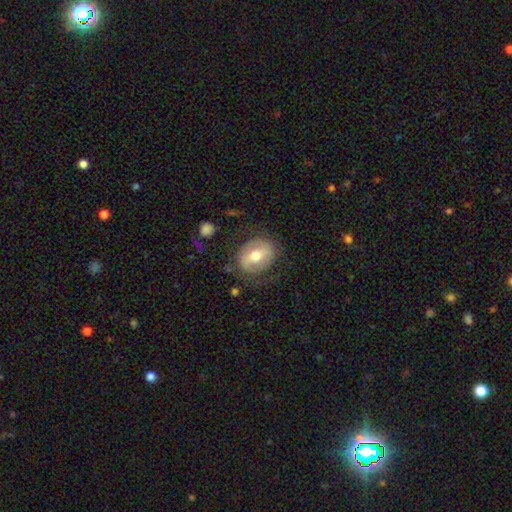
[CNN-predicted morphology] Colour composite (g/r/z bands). It shows a smooth galaxy with no disk features (49%). Merging: none (71%).